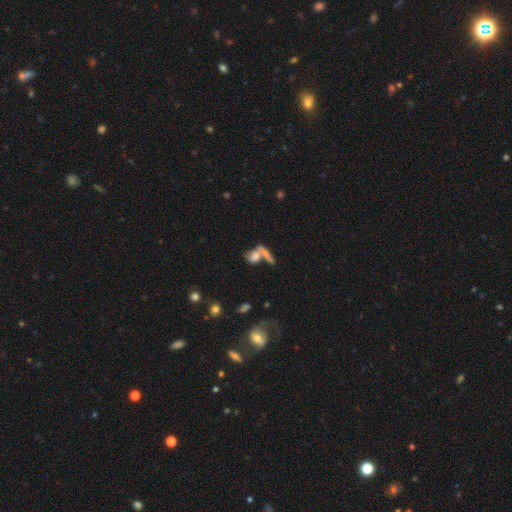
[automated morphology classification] A smooth galaxy with no disk features (64%) that is in between round and cigar-shaped (58%).

Vote fractions:
- Smooth or featured? smooth: 64% / featured or disk: 23% / star or artifact: 13%
- How rounded? in between: 58% / round: 25% / cigar-shaped: 16%
- Merging? merger: 53% / none: 30% / minor disturbance: 9% / major disturbance: 8%